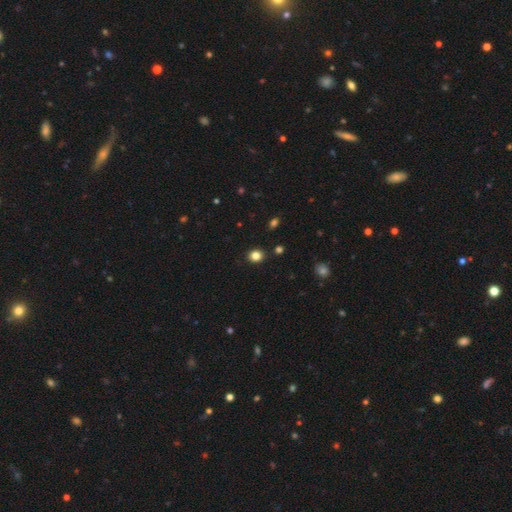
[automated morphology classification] Smooth or featured?
  - smooth: 83% *
  - star or artifact: 12%
  - featured or disk: 4%
How rounded?
  - round: 72% *
  - in between: 27%
  - cigar-shaped: 1%
Merging?
  - none: 90% *
  - minor disturbance: 7%
  - major disturbance: 2%
  - merger: 2%